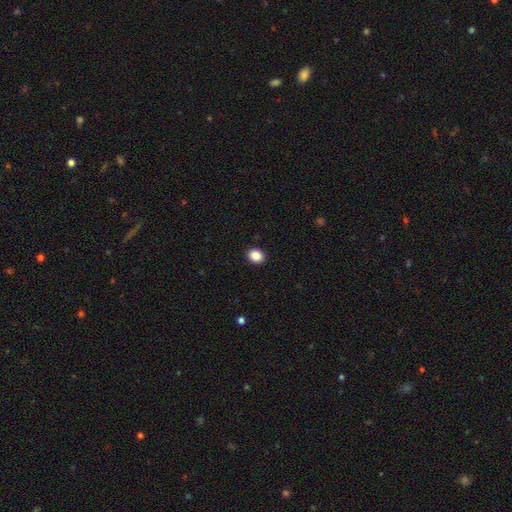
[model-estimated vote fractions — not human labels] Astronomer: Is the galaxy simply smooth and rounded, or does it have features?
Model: smooth — 89%.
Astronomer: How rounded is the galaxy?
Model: round — 54% (runner-up: in between, 45%).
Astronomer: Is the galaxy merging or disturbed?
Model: none — 92%.